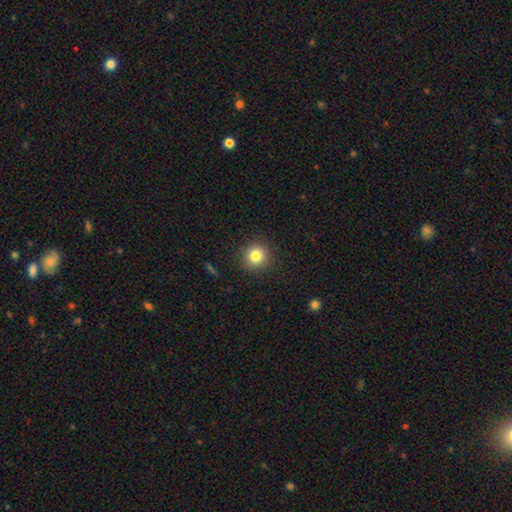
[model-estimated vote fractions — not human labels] Smooth or featured: smooth — 82% (star or artifact — 11%)
How rounded: round — 92% (in between — 7%)
Merging: none — 90% (minor disturbance — 6%)